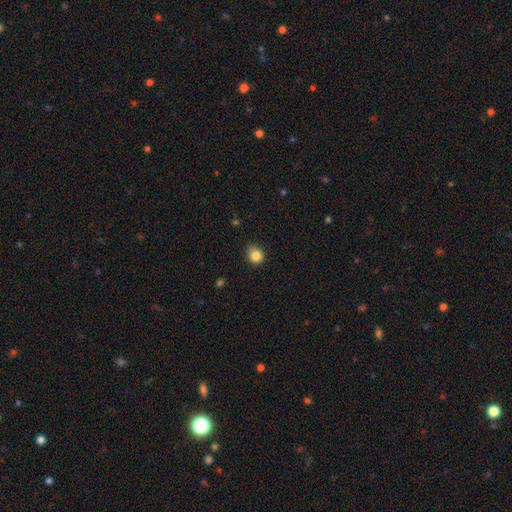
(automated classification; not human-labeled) smooth 85%, star or artifact 11%, featured or disk 4%. Down the decision tree: how rounded — round (76%); merging — none (72%).